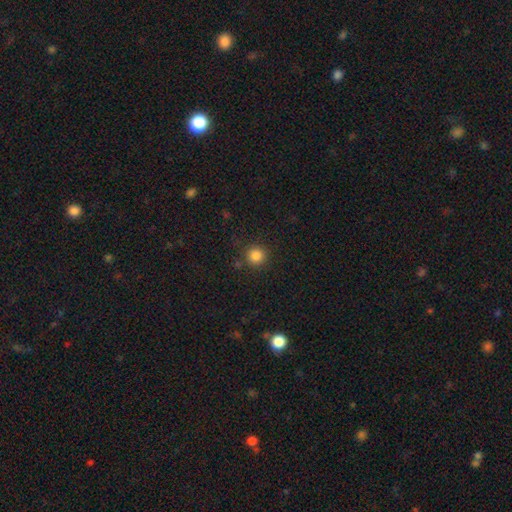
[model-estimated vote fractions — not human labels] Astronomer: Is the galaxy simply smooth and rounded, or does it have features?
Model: smooth — 84%.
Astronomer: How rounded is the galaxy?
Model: round — 94%.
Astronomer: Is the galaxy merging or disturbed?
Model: none — 86%.